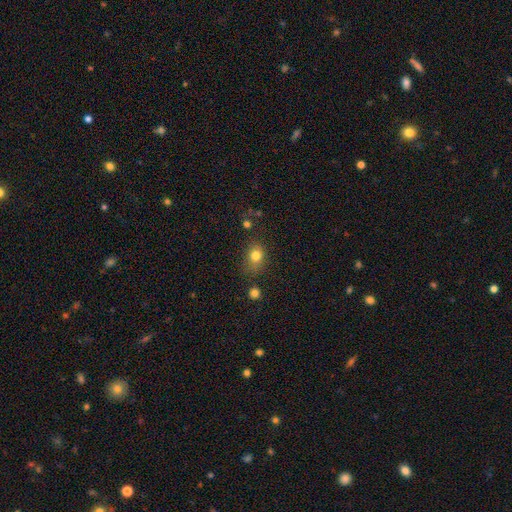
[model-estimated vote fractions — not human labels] Overall: smooth (80%). How rounded: round (54%; in between 45%). Merging: none (65%).